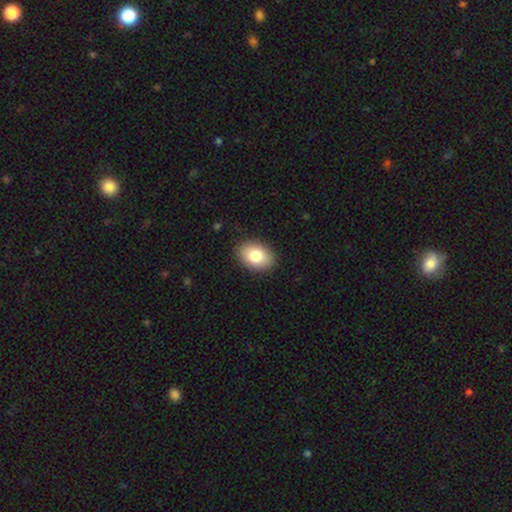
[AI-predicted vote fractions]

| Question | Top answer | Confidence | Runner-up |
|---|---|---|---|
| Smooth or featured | smooth | 81% | featured or disk (12%) |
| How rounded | in between | 81% | round (18%) |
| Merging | none | 87% | minor disturbance (9%) |